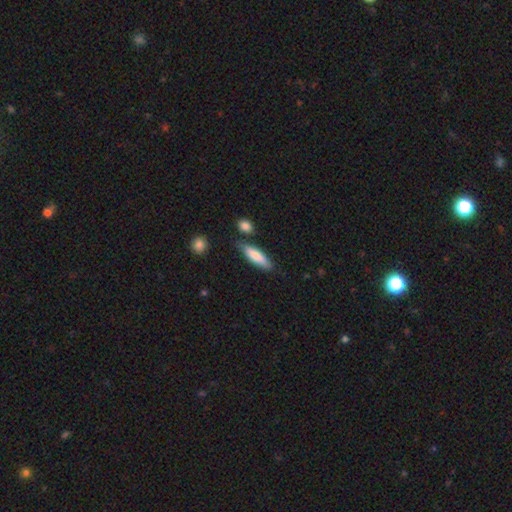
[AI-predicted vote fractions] Morphology: type=smooth (76%); roundness=cigar-shaped (62%); merging=none (74%).